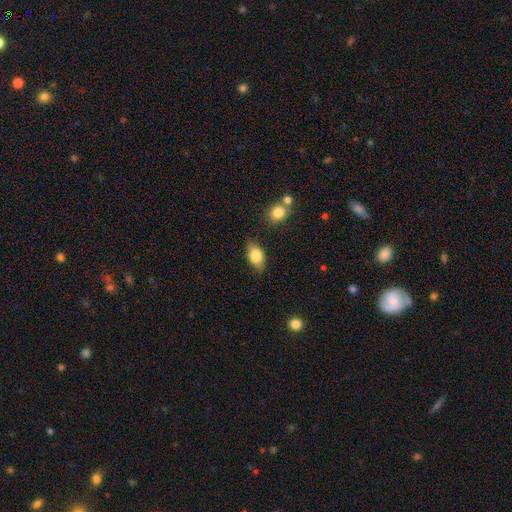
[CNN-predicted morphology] This is clearly a smooth galaxy (82%). How rounded: clearly in between (87%). Merging: likely none (79%).